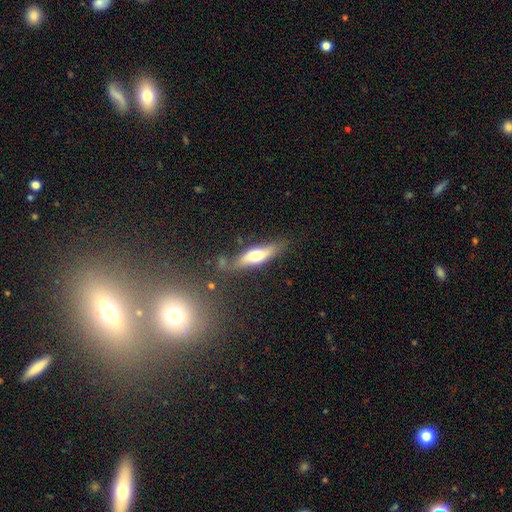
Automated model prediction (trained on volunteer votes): Overall: smooth (54%; featured or disk 39%). How rounded: cigar-shaped (59%; in between 39%). Merging: none (69%).